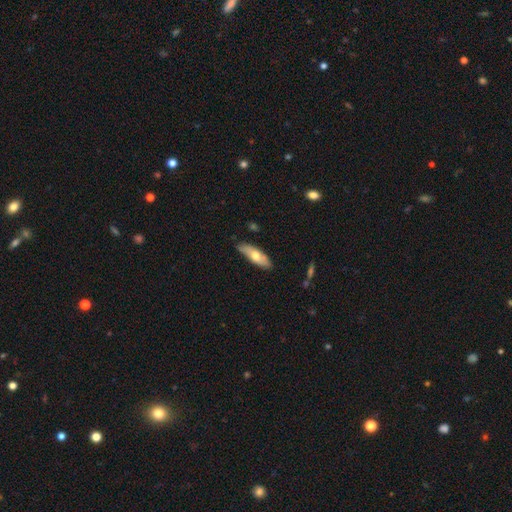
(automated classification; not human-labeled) Smooth or featured?
  - smooth: 57% *
  - featured or disk: 37%
  - star or artifact: 6%
How rounded?
  - in between: 56% *
  - cigar-shaped: 42%
  - round: 2%
Merging?
  - none: 77% *
  - minor disturbance: 19%
  - major disturbance: 3%
  - merger: 2%